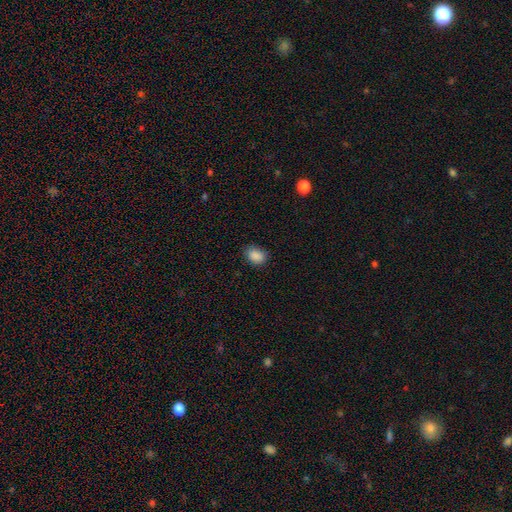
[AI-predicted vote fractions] Smooth or featured: smooth — 88% (star or artifact — 9%)
How rounded: in between — 63% (round — 36%)
Merging: none — 83% (minor disturbance — 14%)